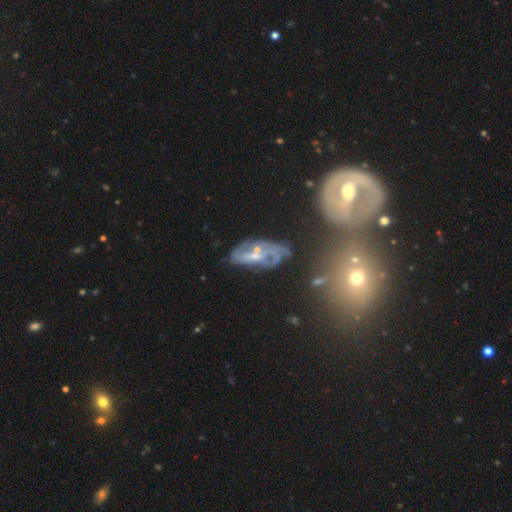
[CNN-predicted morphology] Overall: featured or disk (73%). Edge-on disk: no (93%). Bar: no (52%; weak 36%). Spiral arms: yes (73%). Bulge size: small (57%; moderate 27%). Merging: none (46%; minor disturbance 22%).